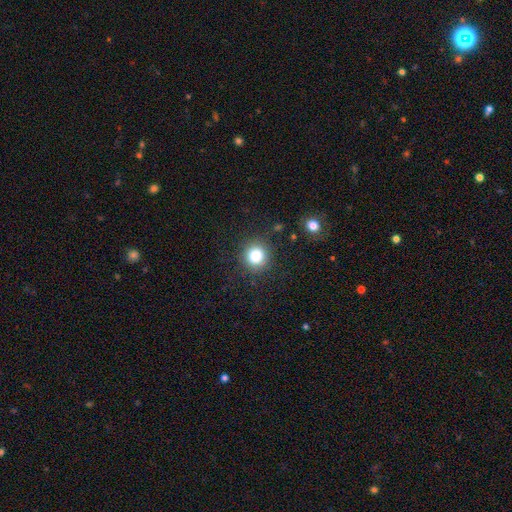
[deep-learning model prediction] This appears to be a smooth galaxy with no disk features (83%) that is round (89%). Merging: none (86%).